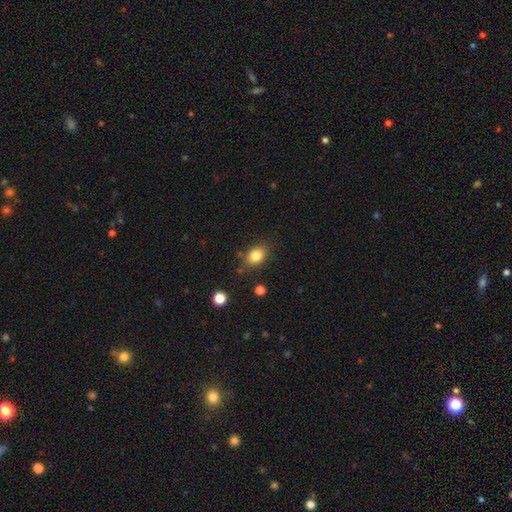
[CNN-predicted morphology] A smooth galaxy with no disk features (84%) that is in between round and cigar-shaped (67%). Merging: none (77%).